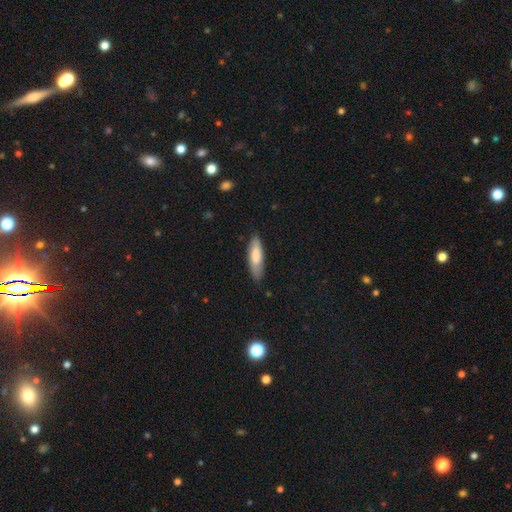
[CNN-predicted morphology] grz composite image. It shows a smooth galaxy with no disk features (77%) that is cigar-shaped (56%). Merging: none (80%).